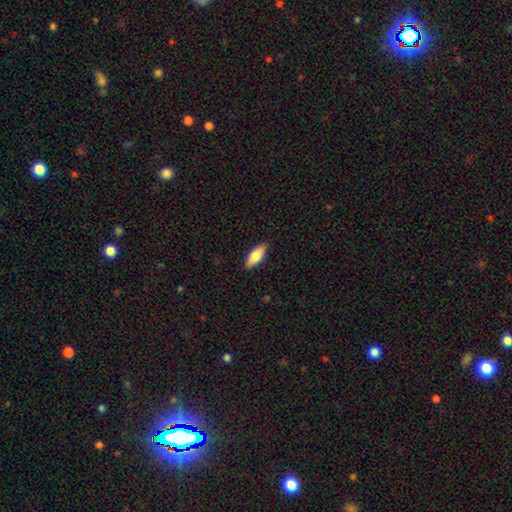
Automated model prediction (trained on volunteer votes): Smooth or featured: smooth — 74% (featured or disk — 20%)
How rounded: in between — 74% (cigar-shaped — 24%)
Merging: none — 86% (minor disturbance — 11%)